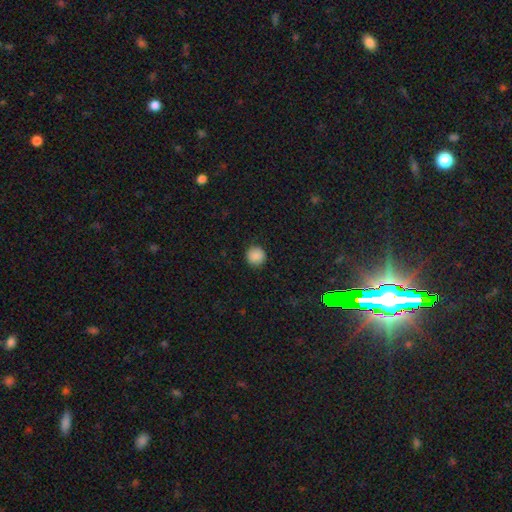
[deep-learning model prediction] The model was most divided on "smooth or featured": smooth: 87%, star or artifact: 9%, featured or disk: 4%. More confident: how rounded — round (95%); merging — none (90%).